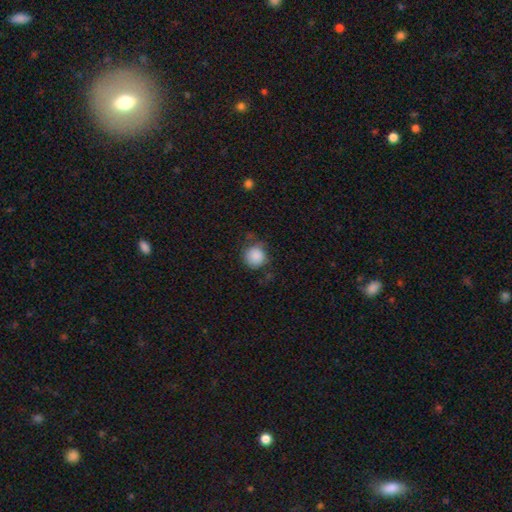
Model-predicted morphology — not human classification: This appears to be a smooth galaxy with no disk features (87%) that is round (91%). Merging: none (68%).